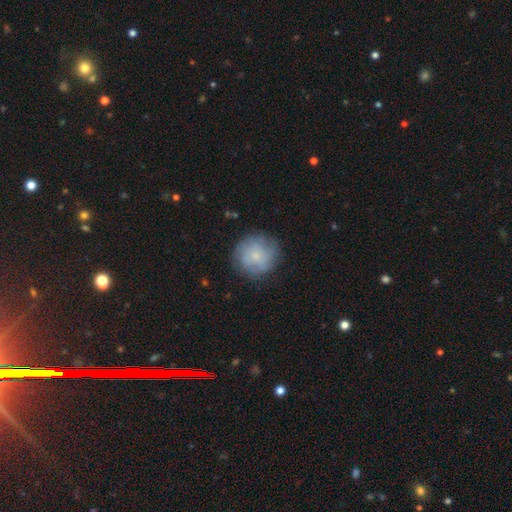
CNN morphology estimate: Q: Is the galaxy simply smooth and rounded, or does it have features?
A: smooth — 57%.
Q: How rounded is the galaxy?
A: round — 91%.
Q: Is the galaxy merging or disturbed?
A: none — 77%.